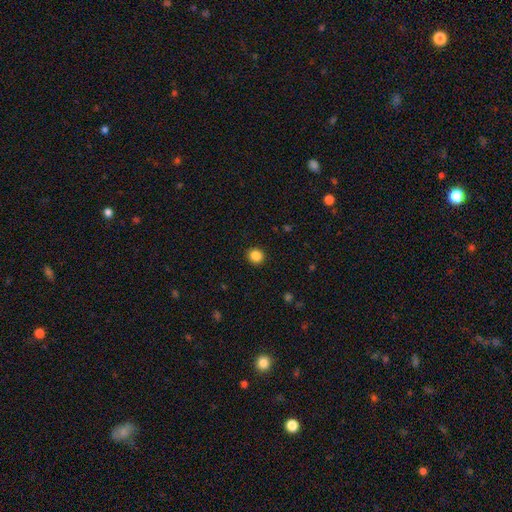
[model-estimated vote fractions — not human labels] smooth-or-featured: smooth: 86% | star or artifact: 11% | featured or disk: 3%
  how-rounded: round: 90% | in between: 9% | cigar-shaped: 1%
  merging: none: 92% | minor disturbance: 5% | major disturbance: 2% | merger: 1%